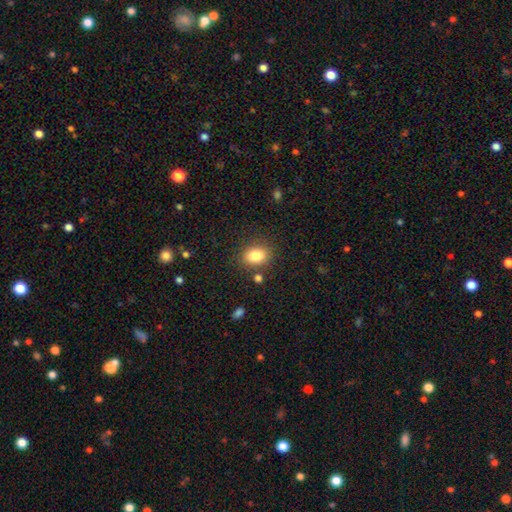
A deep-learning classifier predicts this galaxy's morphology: smooth-or-featured: smooth: 82% | star or artifact: 10% | featured or disk: 8%
  how-rounded: in between: 63% | round: 36% | cigar-shaped: 1%
  merging: none: 81% | minor disturbance: 11% | merger: 5% | major disturbance: 3%